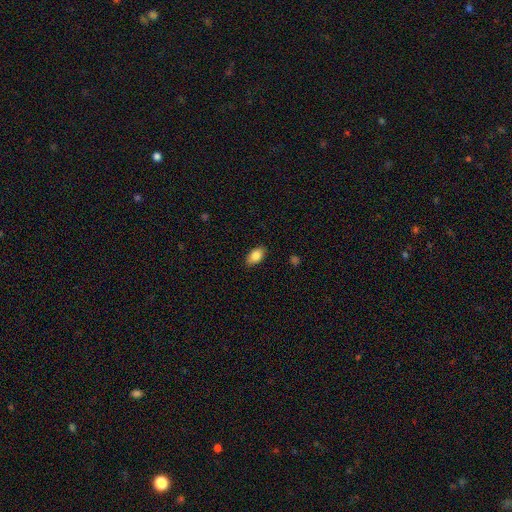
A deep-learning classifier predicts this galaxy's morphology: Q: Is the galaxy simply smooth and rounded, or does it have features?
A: smooth — 84%.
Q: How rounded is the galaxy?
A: in between — 91%.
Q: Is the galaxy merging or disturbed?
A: none — 88%.